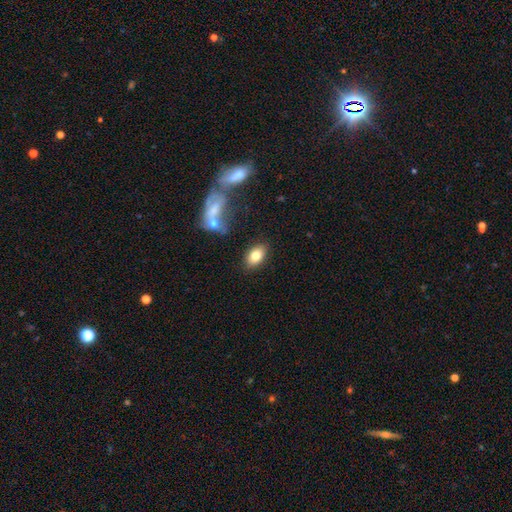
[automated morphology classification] A smooth galaxy with no disk features (79%) that is in between round and cigar-shaped (88%).

Vote fractions:
- Smooth or featured? smooth: 79% / featured or disk: 13% / star or artifact: 8%
- How rounded? in between: 88% / round: 11% / cigar-shaped: 2%
- Merging? none: 83% / minor disturbance: 10% / merger: 4% / major disturbance: 3%